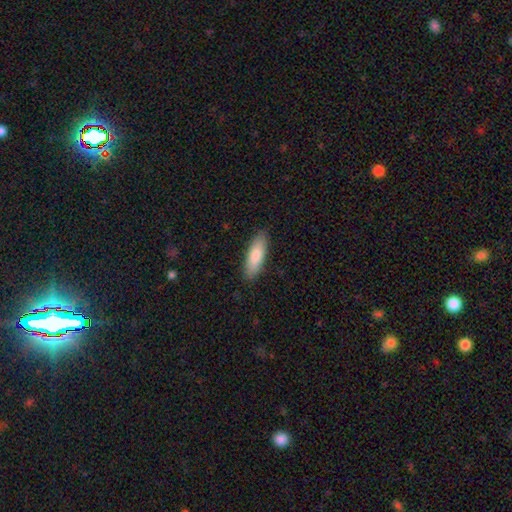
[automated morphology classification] A smooth galaxy with no disk features (84%) that is in between round and cigar-shaped (53%). Merging: none (88%).